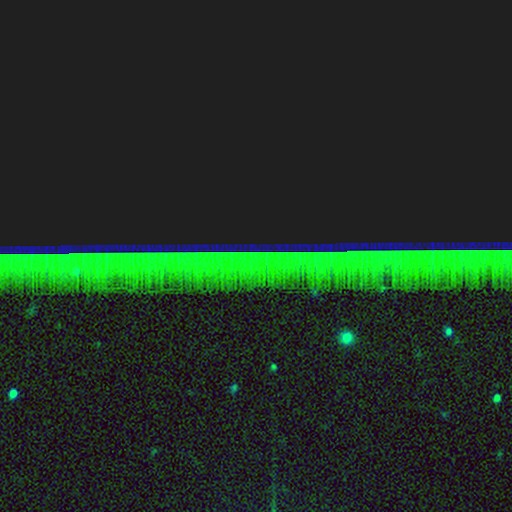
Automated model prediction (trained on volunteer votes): smooth-or-featured: star or artifact: 84% | featured or disk: 8% | smooth: 8%